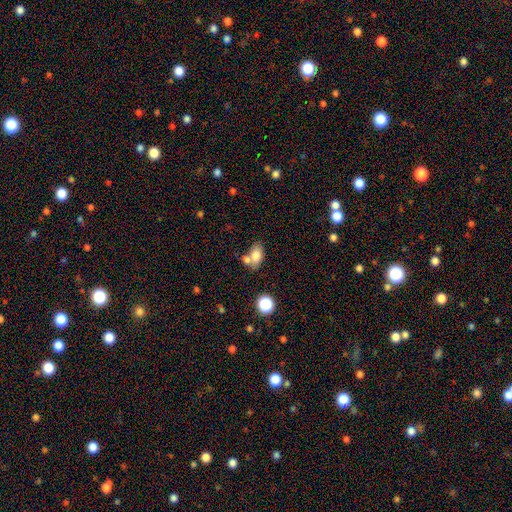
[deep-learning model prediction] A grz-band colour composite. It shows a smooth galaxy with no disk features (78%) that is in between round and cigar-shaped (86%). Merging: none (50%).